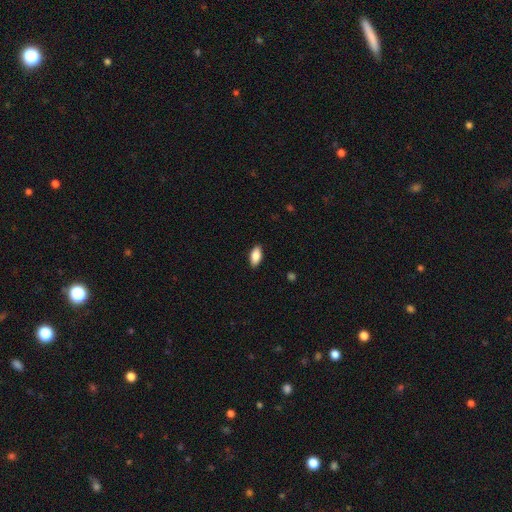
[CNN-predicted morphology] A smooth galaxy with no disk features (87%) that is in between round and cigar-shaped (90%).

Vote fractions:
- Smooth or featured? smooth: 87% / featured or disk: 6% / star or artifact: 6%
- How rounded? in between: 90% / cigar-shaped: 7% / round: 2%
- Merging? none: 89% / minor disturbance: 8% / major disturbance: 2% / merger: 1%